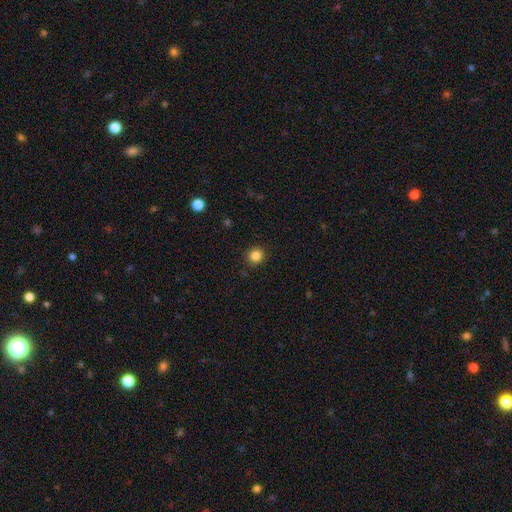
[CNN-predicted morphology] smooth 84%, star or artifact 12%, featured or disk 4%. Down the decision tree: how rounded — round (92%); merging — none (91%).